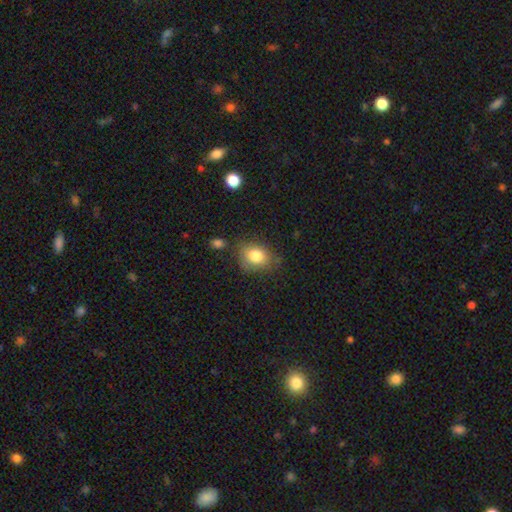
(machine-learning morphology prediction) This is clearly a smooth galaxy (81%). How rounded: possibly in between (56%). Merging: likely none (67%).